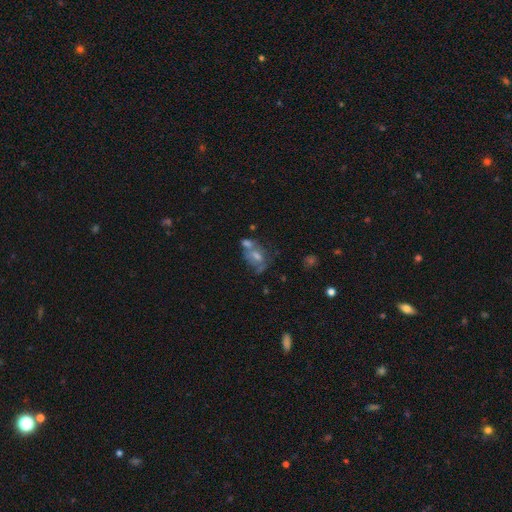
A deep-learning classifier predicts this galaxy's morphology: smooth_or_featured: smooth (p=0.51) [alt: featured or disk p=0.37]
how_rounded: in between (p=0.75) [alt: round p=0.22]
merging: merger (p=0.45) [alt: none p=0.26]